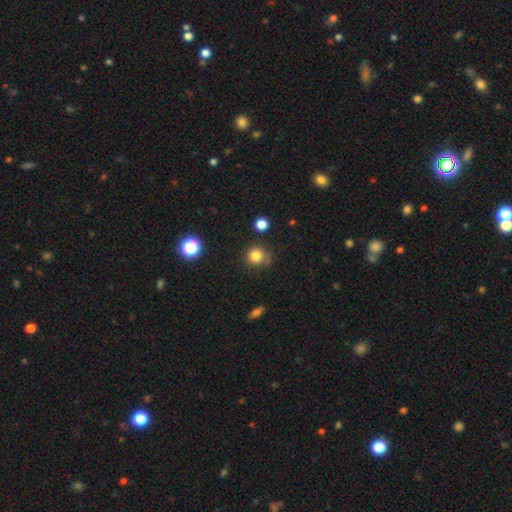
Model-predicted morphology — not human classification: A smooth galaxy with no disk features (81%) that is round (89%). Merging: none (71%).